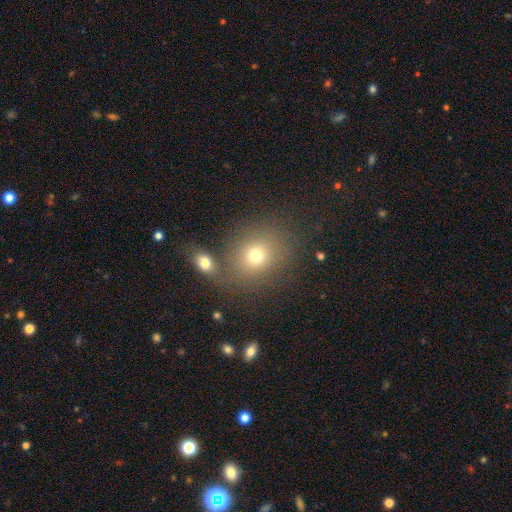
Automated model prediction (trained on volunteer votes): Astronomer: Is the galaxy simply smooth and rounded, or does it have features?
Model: smooth — 72%.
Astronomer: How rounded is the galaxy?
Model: round — 62%.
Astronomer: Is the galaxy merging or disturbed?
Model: none — 65%.